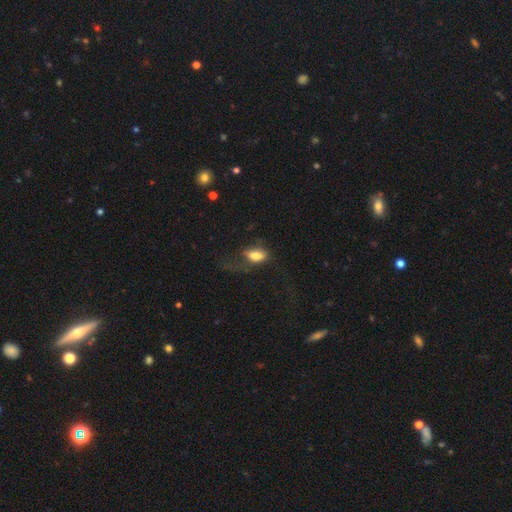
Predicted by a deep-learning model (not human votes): Q: Smooth or featured?
A: smooth (72%); runner-up: featured or disk (19%)
Q: How rounded?
A: in between (83%); runner-up: cigar-shaped (11%)
Q: Merging?
A: major disturbance (41%); runner-up: none (33%)